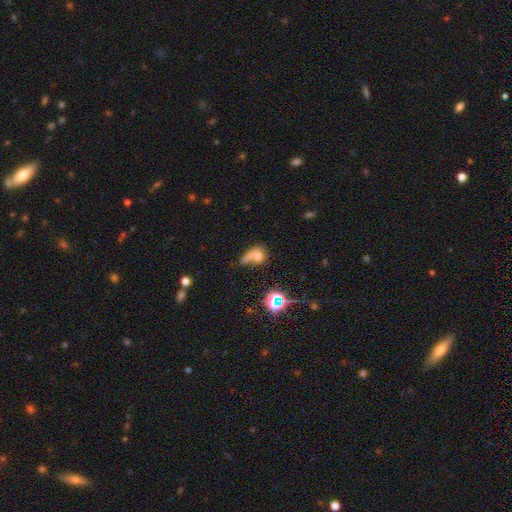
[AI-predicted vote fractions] This is possibly a smooth galaxy (59%). How rounded: possibly in between (56%). Merging: marginally merger (30%).